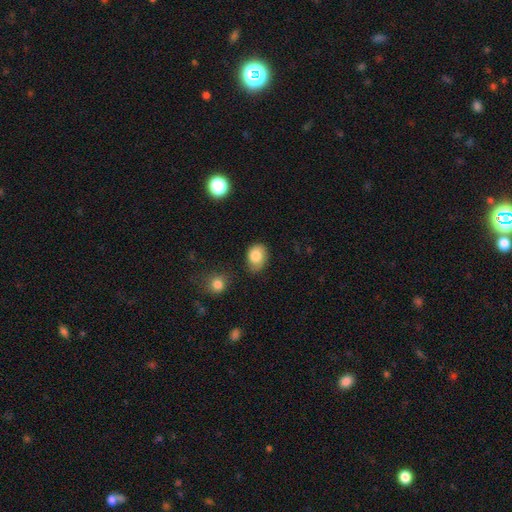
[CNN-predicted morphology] Smooth or featured?
  - smooth: 83% *
  - featured or disk: 9%
  - star or artifact: 8%
How rounded?
  - in between: 68% *
  - round: 31%
  - cigar-shaped: 1%
Merging?
  - none: 68% *
  - minor disturbance: 24%
  - major disturbance: 5%
  - merger: 3%